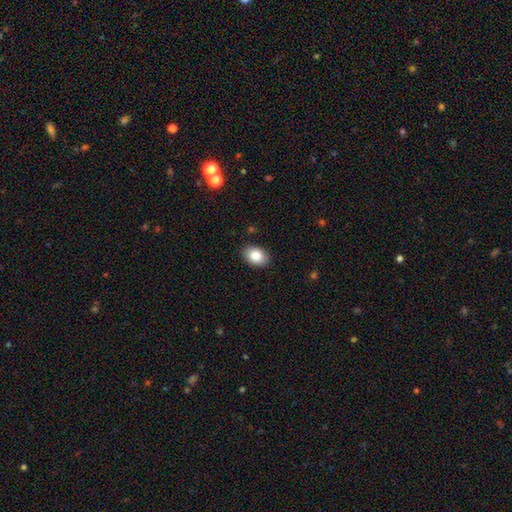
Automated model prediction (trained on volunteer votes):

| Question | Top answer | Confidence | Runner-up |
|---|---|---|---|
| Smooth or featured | smooth | 86% | star or artifact (7%) |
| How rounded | in between | 81% | round (18%) |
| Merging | none | 87% | minor disturbance (9%) |